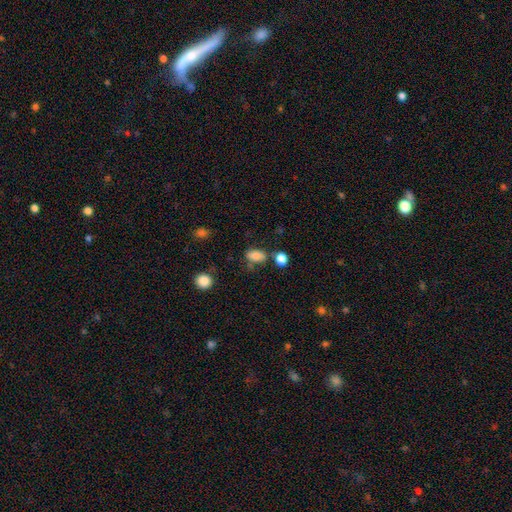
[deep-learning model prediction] Smooth or featured? smooth (81%)
How rounded? in between (86%)
Merging? none (63%)